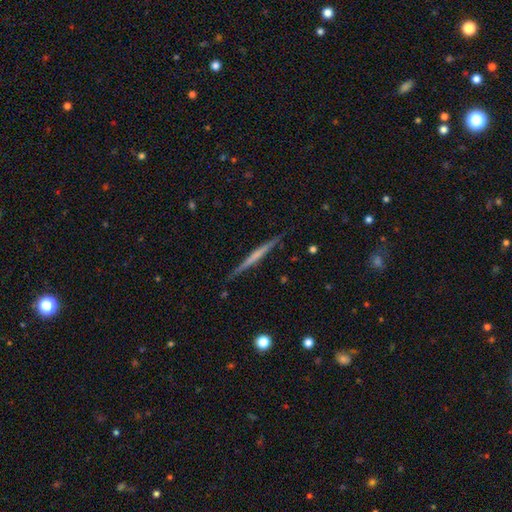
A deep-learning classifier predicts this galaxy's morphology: Overall: featured or disk (64%; smooth 30%). Edge-on disk: yes (98%). Edge-on bulge: none (69%). Merging: none (89%).